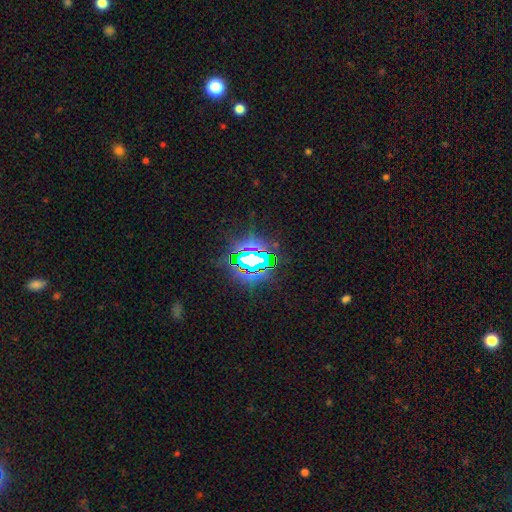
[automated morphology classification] Smooth or featured? star or artifact (73%)